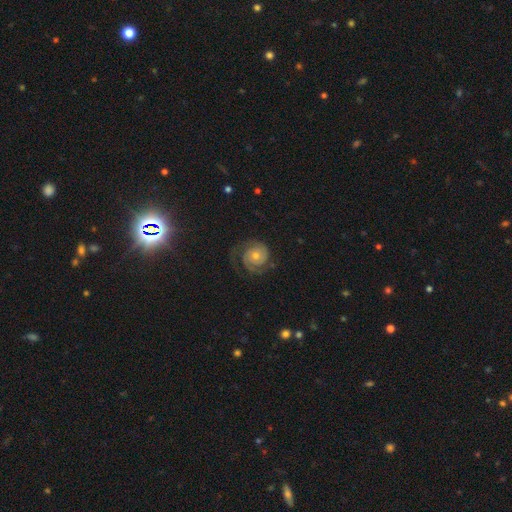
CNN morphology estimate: A featured or disk galaxy (80%) with no bar (78%), 2 (68%) tight (54%) spiral arms (96%) and a moderate central bulge (52%).

Vote fractions:
- Smooth or featured? featured or disk: 80% / smooth: 13% / star or artifact: 6%
- Edge-on disk? no: 98% / yes: 2%
- Bar? no: 78% / weak: 19% / strong: 4%
- Spiral arms? yes: 96% / no: 4%
- Spiral winding? tight: 54% / medium: 33% / loose: 13%
- Spiral arm count? 2: 68% / can't tell: 10% / 1: 9% / 3: 8% / 4: 2% / more than 4: 2%
- Bulge size? moderate: 52% / small: 42% / large: 3% / none: 2% / dominant: 1%
- Merging? none: 68% / minor disturbance: 17% / major disturbance: 14% / merger: 1%